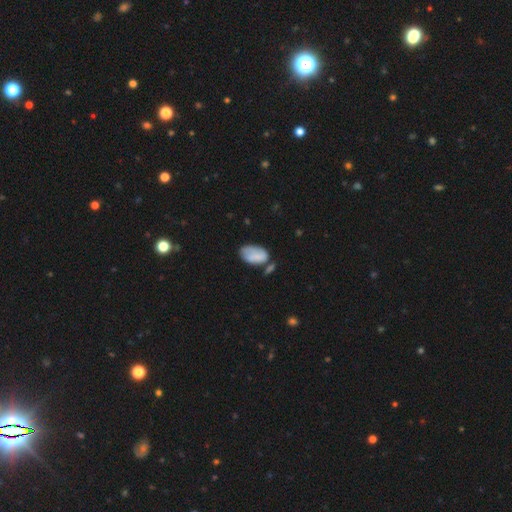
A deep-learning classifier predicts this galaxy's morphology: Smooth or featured? smooth (77%)
How rounded? in between (94%)
Merging? none (41%)